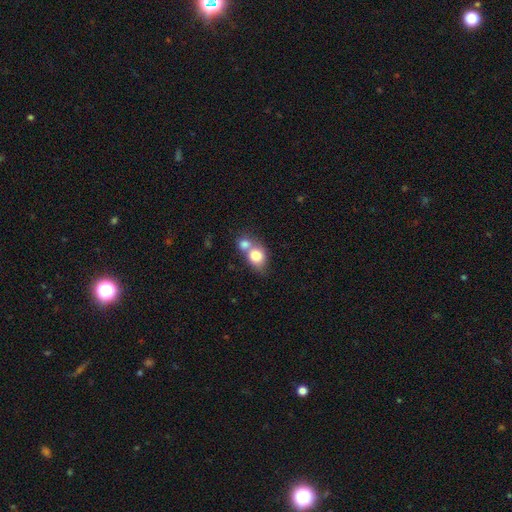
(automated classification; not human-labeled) A smooth galaxy with no disk features (78%) that is round (56%). Merging: merger (63%).